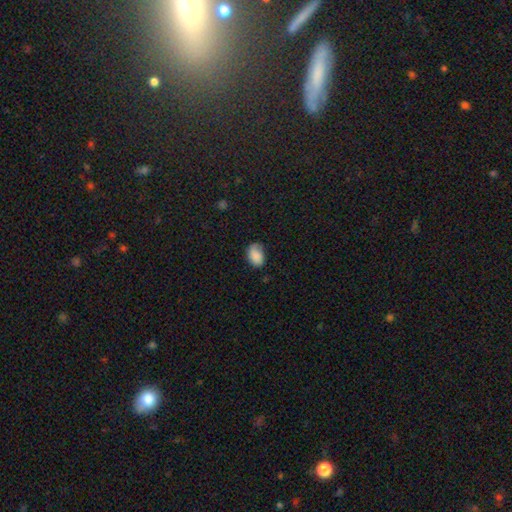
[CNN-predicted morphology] Smooth or featured?
  - smooth: 86% *
  - star or artifact: 7%
  - featured or disk: 7%
How rounded?
  - in between: 82% *
  - round: 17%
  - cigar-shaped: 1%
Merging?
  - none: 64% *
  - minor disturbance: 28%
  - major disturbance: 6%
  - merger: 2%